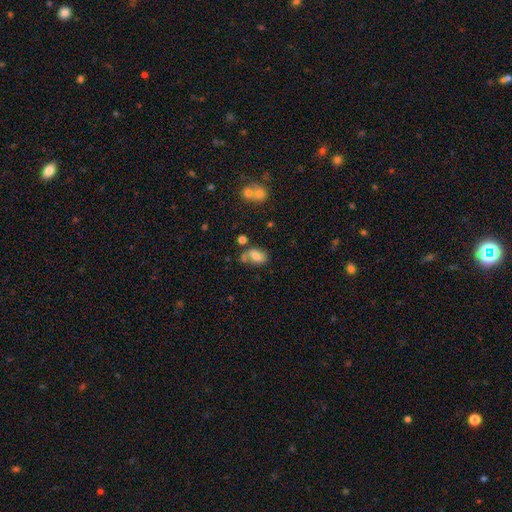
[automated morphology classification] Smooth or featured: smooth — 62% (featured or disk — 27%)
How rounded: in between — 87% (round — 11%)
Merging: none — 43% (minor disturbance — 26%)